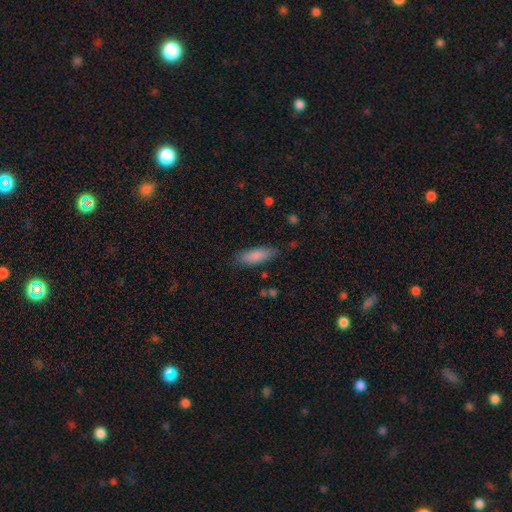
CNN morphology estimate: The model was most divided on "how rounded": in between: 58%, cigar-shaped: 40%, round: 2%. More confident: smooth or featured — smooth (84%); merging — none (82%).